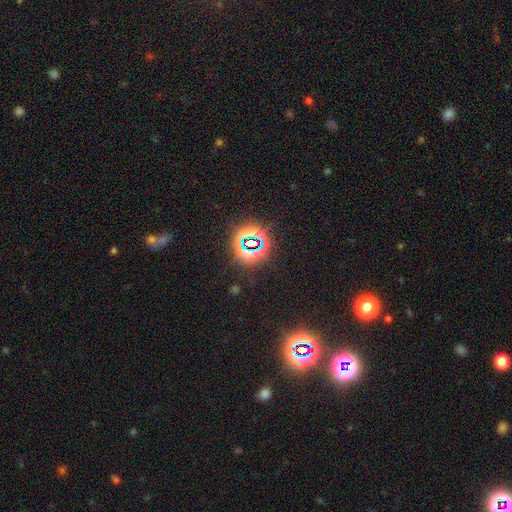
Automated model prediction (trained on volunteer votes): The model was most divided on "smooth or featured": star or artifact: 81%, smooth: 12%, featured or disk: 7%.